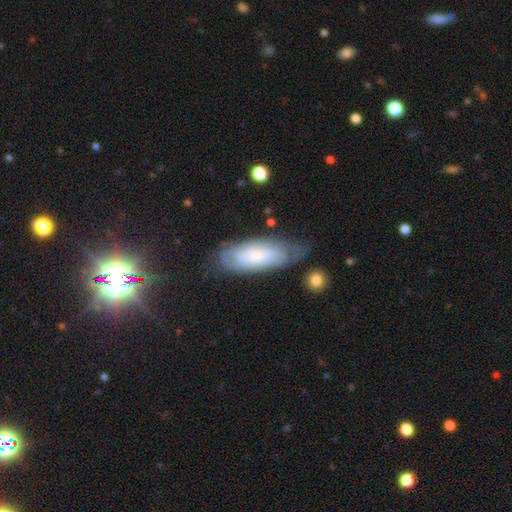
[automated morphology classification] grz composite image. It shows a featured or disk galaxy (47%). Merging: none (59%).